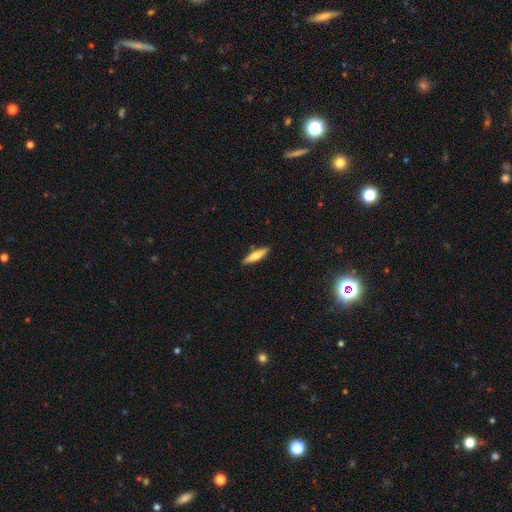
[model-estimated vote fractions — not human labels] A smooth galaxy with no disk features (57%) that is cigar-shaped (76%). Merging: none (88%).